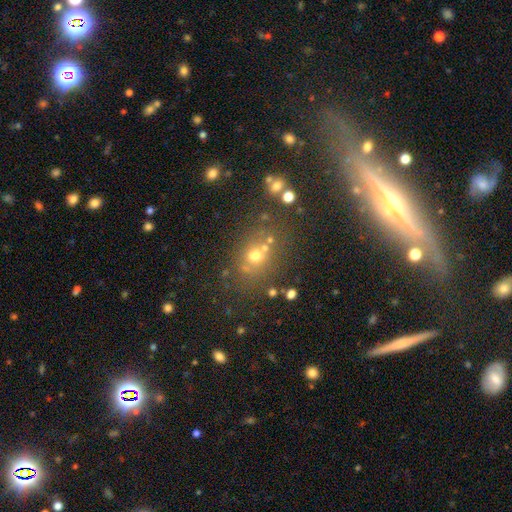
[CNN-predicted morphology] Smooth or featured: smooth — 54% (star or artifact — 30%)
How rounded: round — 60% (in between — 37%)
Merging: none — 62% (merger — 19%)